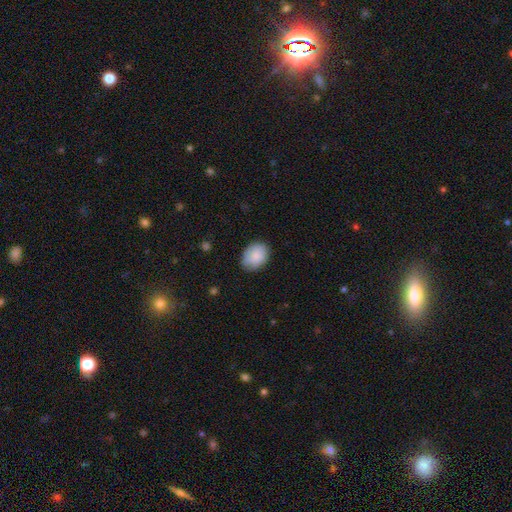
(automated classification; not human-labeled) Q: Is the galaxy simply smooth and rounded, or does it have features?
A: smooth — 85%.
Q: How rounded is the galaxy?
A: in between — 73%.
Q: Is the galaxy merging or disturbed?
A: none — 80%.